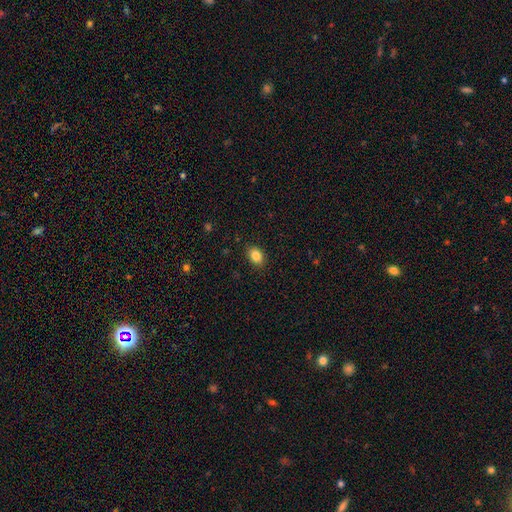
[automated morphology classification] type=smooth (85%); roundness=in between (74%); merging=none (87%).